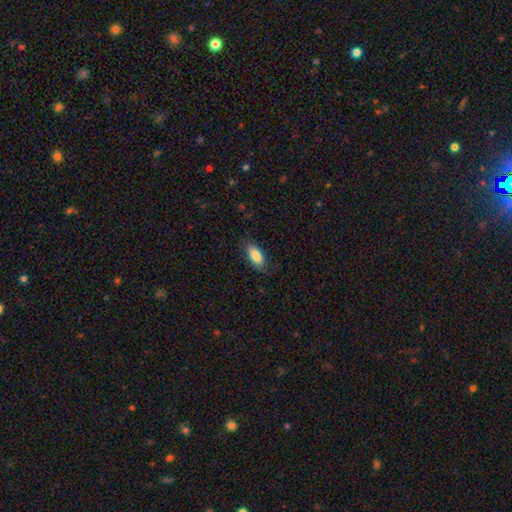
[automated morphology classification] Q: Smooth or featured?
A: smooth (84%); runner-up: featured or disk (9%)
Q: How rounded?
A: in between (85%); runner-up: cigar-shaped (13%)
Q: Merging?
A: none (79%); runner-up: minor disturbance (16%)